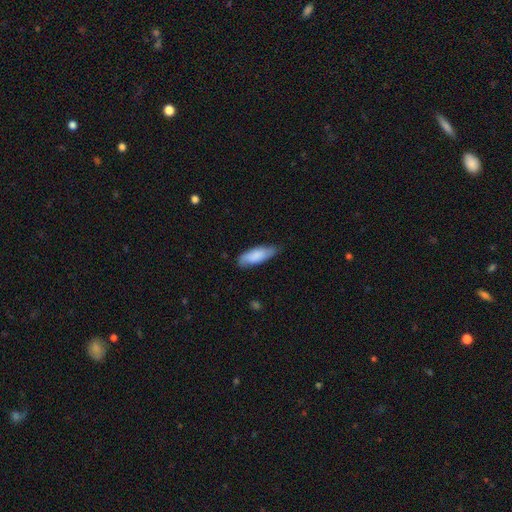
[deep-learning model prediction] Morphology: type=smooth (82%); roundness=in between (65%); merging=none (74%).